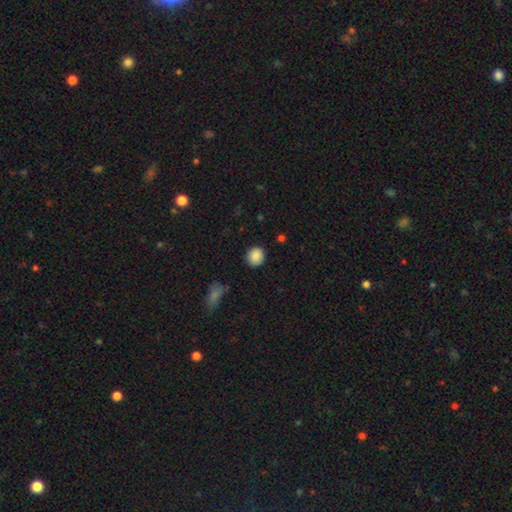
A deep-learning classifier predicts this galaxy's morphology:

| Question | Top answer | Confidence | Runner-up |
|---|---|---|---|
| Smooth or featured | smooth | 88% | star or artifact (8%) |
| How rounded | round | 85% | in between (14%) |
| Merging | none | 88% | minor disturbance (8%) |